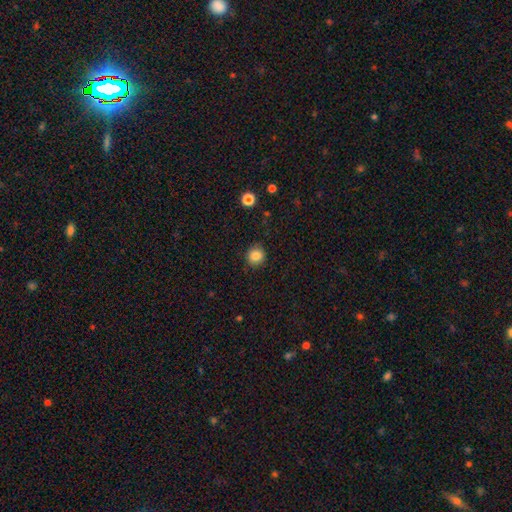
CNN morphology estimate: Smooth or featured?
  - smooth: 85% *
  - star or artifact: 11%
  - featured or disk: 5%
How rounded?
  - round: 90% *
  - in between: 9%
  - cigar-shaped: 1%
Merging?
  - none: 89% *
  - minor disturbance: 8%
  - major disturbance: 2%
  - merger: 1%